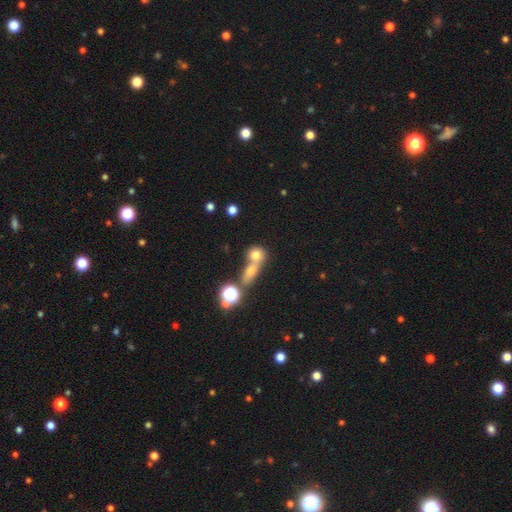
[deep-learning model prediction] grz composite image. It shows a smooth galaxy with no disk features (70%) that is round (71%). Merging: merger (55%).